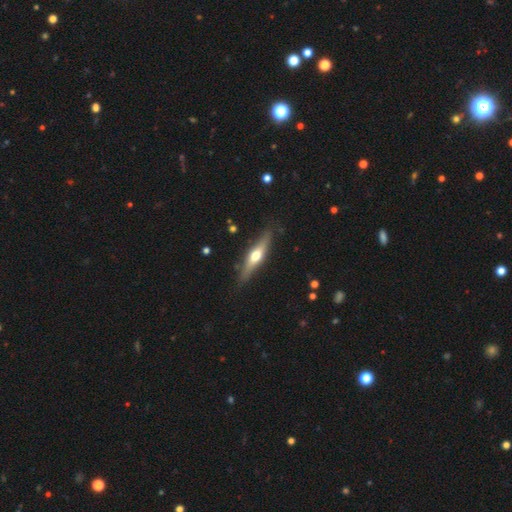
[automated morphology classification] Smooth or featured?
  - featured or disk: 59% *
  - smooth: 36%
  - star or artifact: 5%
Edge-on disk?
  - yes: 92% *
  - no: 8%
Edge-on bulge?
  - rounded: 93% *
  - none: 4%
  - boxy: 4%
Merging?
  - none: 85% *
  - minor disturbance: 11%
  - major disturbance: 2%
  - merger: 1%